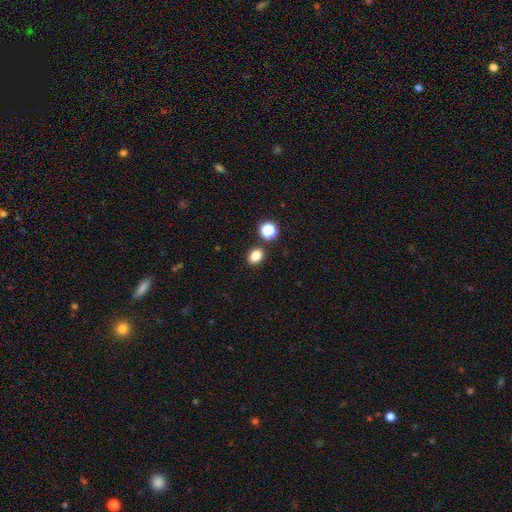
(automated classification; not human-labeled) smooth-or-featured: smooth: 82% | star or artifact: 14% | featured or disk: 5%
  how-rounded: in between: 53% | round: 46% | cigar-shaped: 1%
  merging: none: 84% | minor disturbance: 8% | merger: 6% | major disturbance: 2%